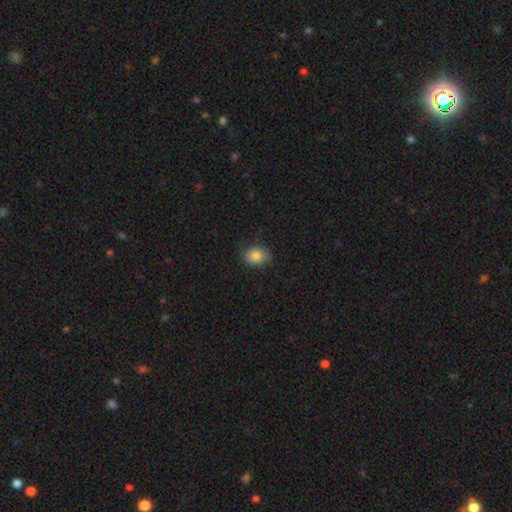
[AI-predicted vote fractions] smooth-or-featured: smooth: 82% | featured or disk: 9% | star or artifact: 9%
  how-rounded: in between: 62% | round: 37% | cigar-shaped: 1%
  merging: none: 76% | minor disturbance: 19% | major disturbance: 4% | merger: 1%